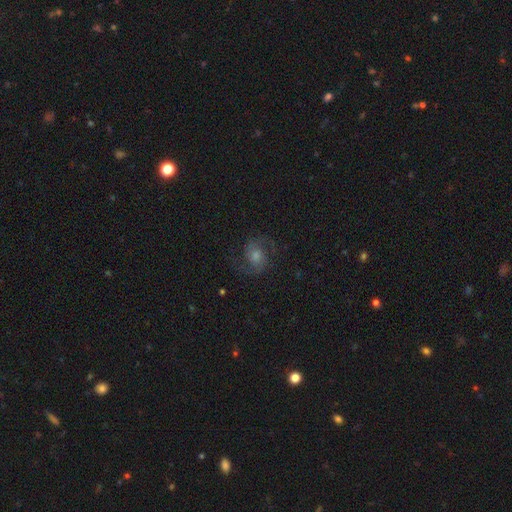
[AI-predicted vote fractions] A featured or disk galaxy (72%) with no bar (58%), 2 (91%) medium (56%) spiral arms (95%) and a moderate central bulge (50%).

Vote fractions:
- Smooth or featured? featured or disk: 72% / smooth: 14% / star or artifact: 14%
- Edge-on disk? no: 98% / yes: 2%
- Bar? no: 58% / weak: 34% / strong: 7%
- Spiral arms? yes: 95% / no: 5%
- Spiral winding? medium: 56% / loose: 25% / tight: 19%
- Spiral arm count? 2: 91% / can't tell: 3% / 1: 2% / 3: 1% / 4: 1% / more than 4: 1%
- Bulge size? moderate: 50% / small: 28% / large: 14% / none: 5% / dominant: 3%
- Merging? none: 78% / minor disturbance: 13% / major disturbance: 8% / merger: 1%